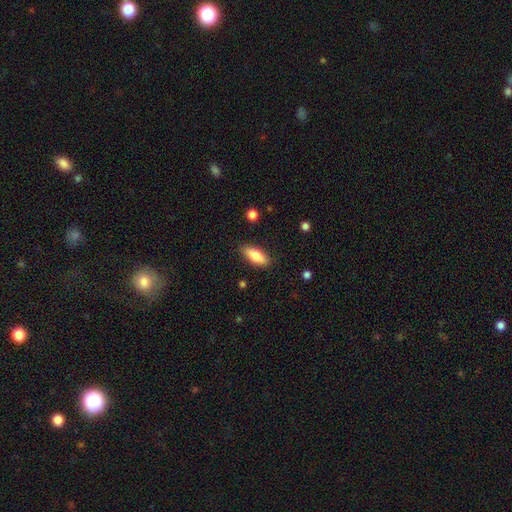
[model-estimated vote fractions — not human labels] smooth-or-featured: smooth: 76% | featured or disk: 17% | star or artifact: 7%
  how-rounded: in between: 74% | cigar-shaped: 23% | round: 3%
  merging: none: 85% | minor disturbance: 11% | major disturbance: 2% | merger: 1%